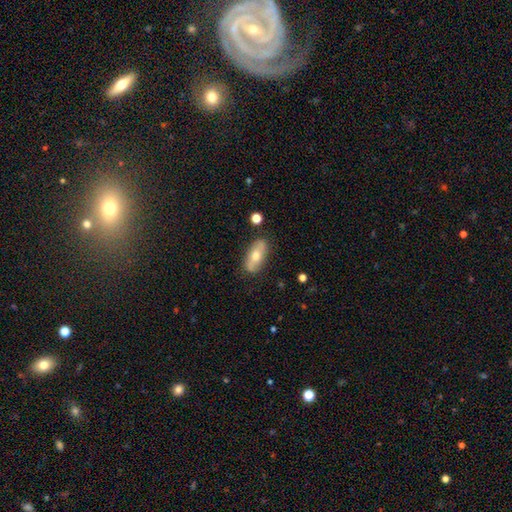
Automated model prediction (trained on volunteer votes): Morphology: type=smooth (53%); roundness=in between (77%); merging=none (84%).